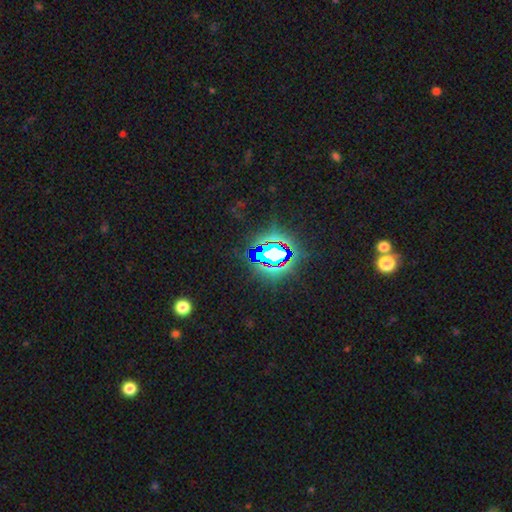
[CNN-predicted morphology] A star or artifact, not a galaxy (76%).

Vote fractions:
- Smooth or featured? star or artifact: 76% / smooth: 14% / featured or disk: 10%